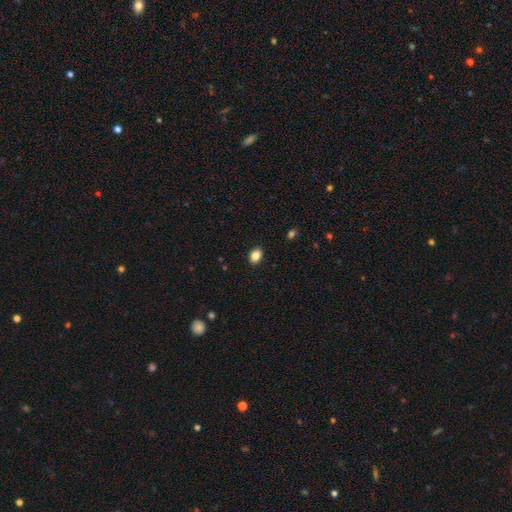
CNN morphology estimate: smooth 86%, star or artifact 9%, featured or disk 5%. Down the decision tree: how rounded — in between (70%); merging — none (90%).